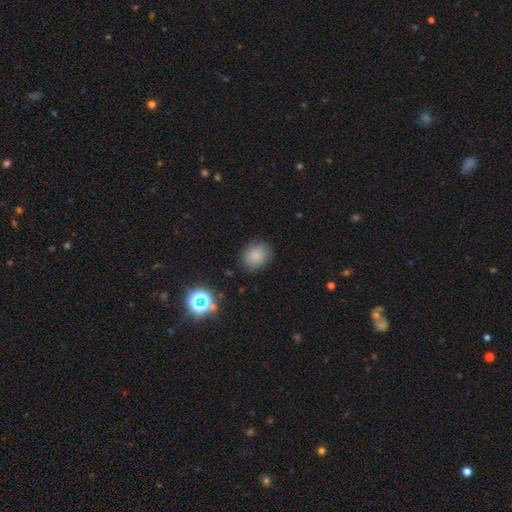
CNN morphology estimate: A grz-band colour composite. It shows a smooth galaxy with no disk features (81%) that is round (63%). Merging: none (84%).